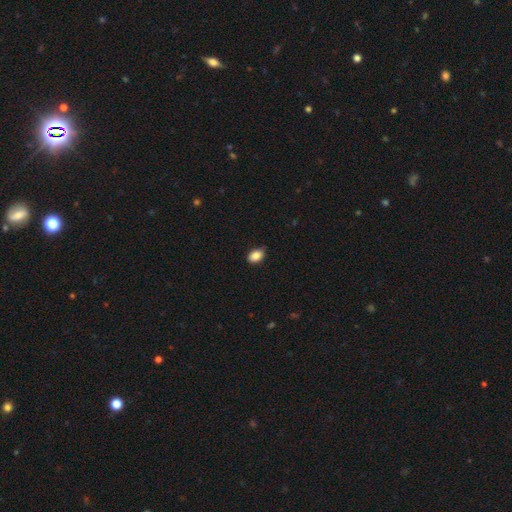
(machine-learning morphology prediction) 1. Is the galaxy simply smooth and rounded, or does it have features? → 87% smooth, 8% star or artifact, 5% featured or disk.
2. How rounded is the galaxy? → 83% in between, 15% round, 1% cigar-shaped.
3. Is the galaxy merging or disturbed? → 83% none, 14% minor disturbance, 2% major disturbance, 1% merger.